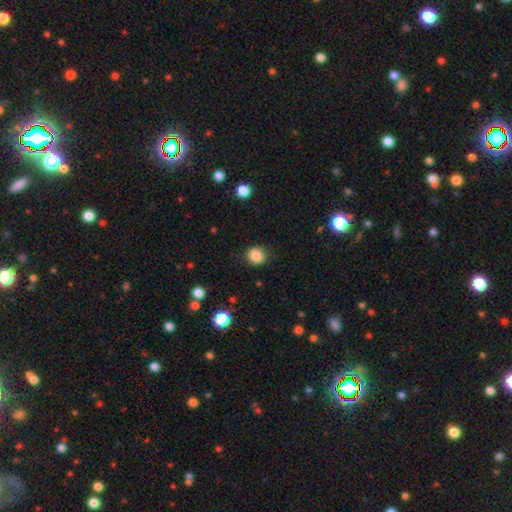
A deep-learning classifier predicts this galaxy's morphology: Smooth or featured? smooth (85%)
How rounded? round (82%)
Merging? none (82%)